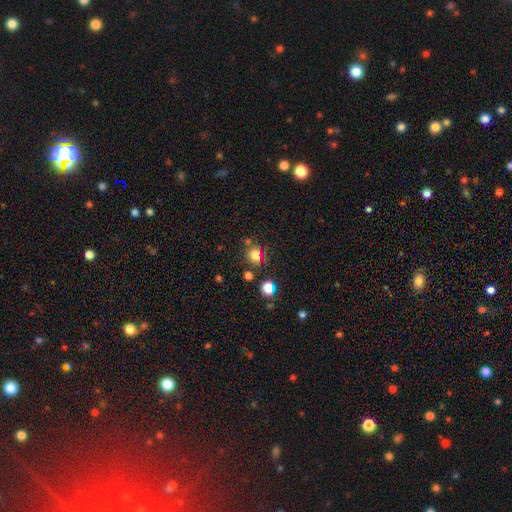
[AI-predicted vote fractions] A smooth galaxy with no disk features (74%) that is round (75%). Merging: none (69%).